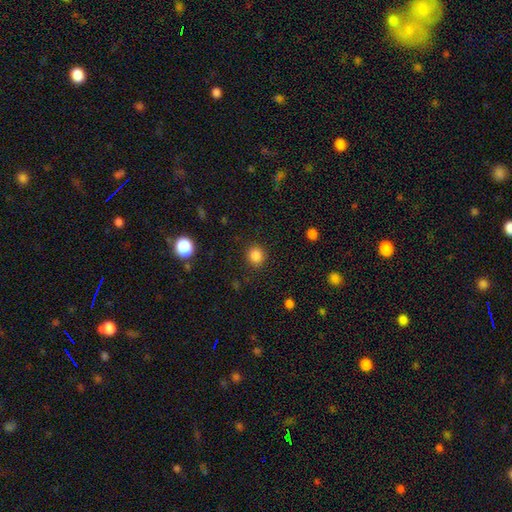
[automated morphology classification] smooth-or-featured: smooth: 85% | star or artifact: 12% | featured or disk: 4%
  how-rounded: round: 88% | in between: 12% | cigar-shaped: 1%
  merging: none: 89% | minor disturbance: 7% | major disturbance: 3% | merger: 1%